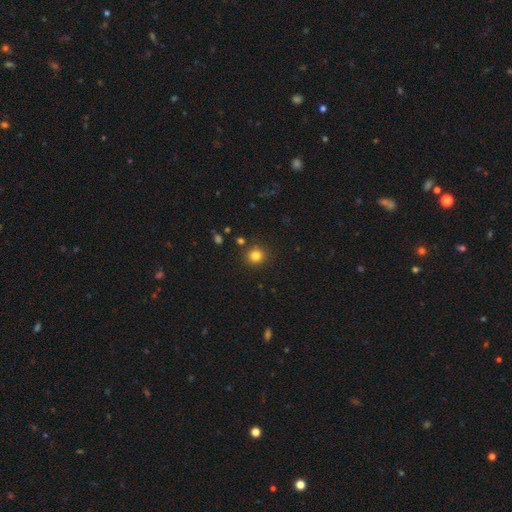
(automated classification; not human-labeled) A smooth galaxy with no disk features (82%) that is round (90%).

Vote fractions:
- Smooth or featured? smooth: 82% / star or artifact: 13% / featured or disk: 5%
- How rounded? round: 90% / in between: 9% / cigar-shaped: 1%
- Merging? none: 88% / minor disturbance: 7% / merger: 3% / major disturbance: 2%